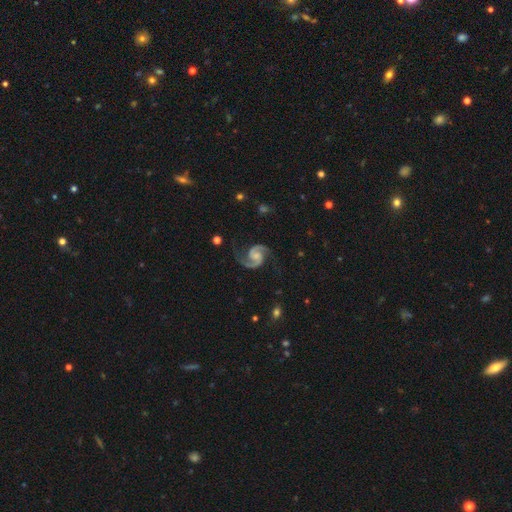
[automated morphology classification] Q: Smooth or featured?
A: featured or disk (94%); runner-up: star or artifact (4%)
Q: Edge-on disk?
A: no (98%); runner-up: yes (2%)
Q: Bar?
A: no (55%); runner-up: weak (35%)
Q: Spiral arms?
A: yes (99%); runner-up: no (1%)
Q: Spiral winding?
A: medium (63%); runner-up: loose (19%)
Q: Spiral arm count?
A: 2 (95%); runner-up: can't tell (1%)
Q: Bulge size?
A: small (38%); runner-up: moderate (32%)
Q: Merging?
A: none (79%); runner-up: minor disturbance (14%)